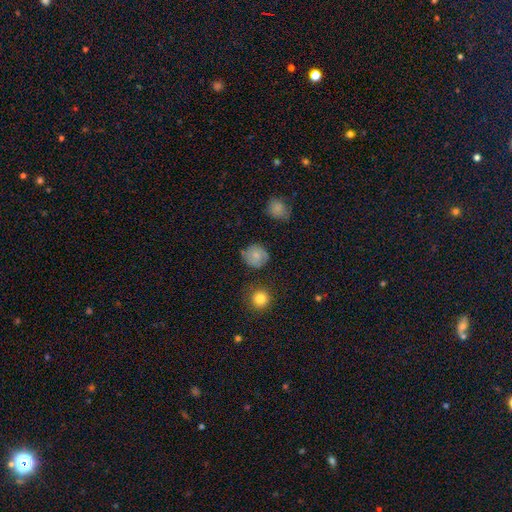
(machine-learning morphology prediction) smooth 62%, featured or disk 28%, star or artifact 10%. Down the decision tree: how rounded — round (86%); merging — none (74%).